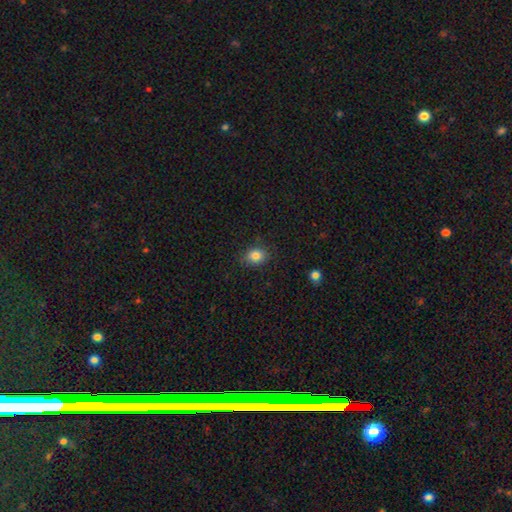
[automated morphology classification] type=smooth (84%); roundness=round (51%); merging=none (83%).